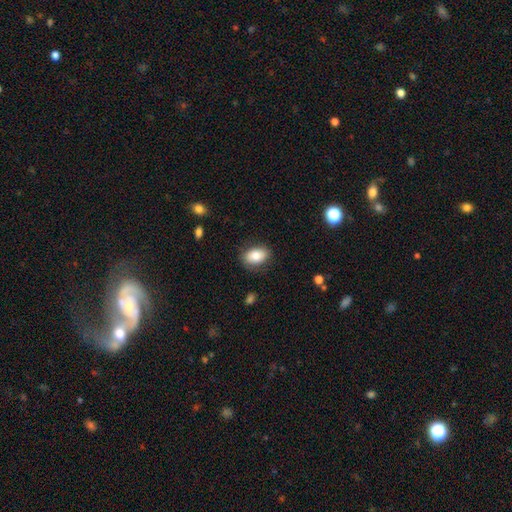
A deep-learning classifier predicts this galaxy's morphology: Smooth or featured? Predicted: smooth (p=0.81). How rounded? Predicted: in between (p=0.86). Merging? Predicted: none (p=0.82).